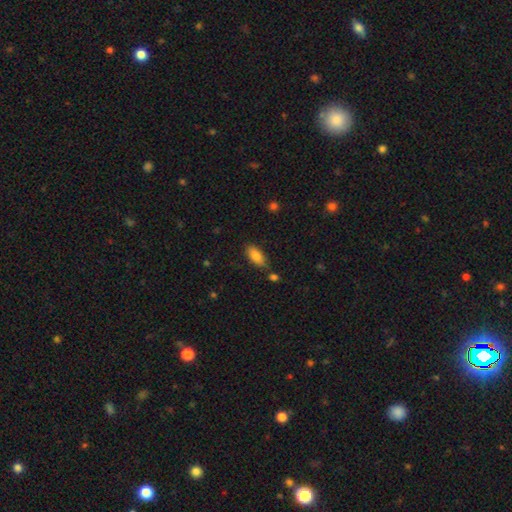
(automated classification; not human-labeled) Overall: smooth (84%). How rounded: in between (89%). Merging: none (76%).